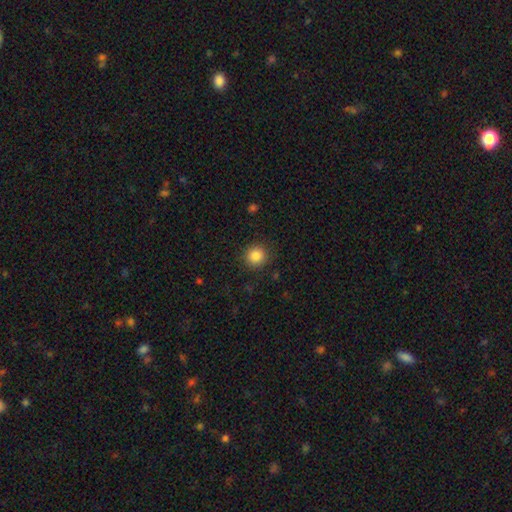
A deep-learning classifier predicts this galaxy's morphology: The model was most divided on "smooth or featured": smooth: 86%, star or artifact: 10%, featured or disk: 4%. More confident: how rounded — round (90%); merging — none (89%).